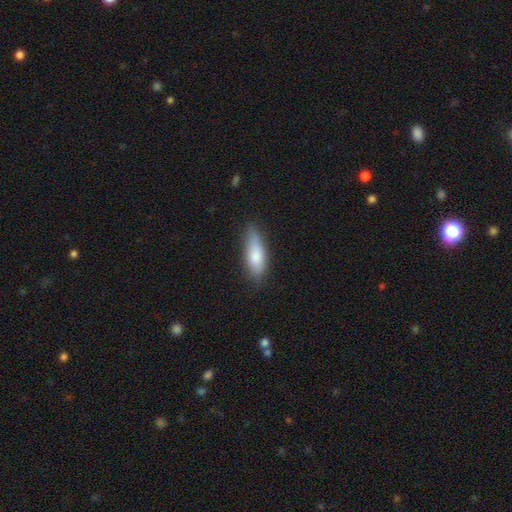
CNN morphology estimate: Smooth or featured: smooth — 81% (featured or disk — 13%)
How rounded: in between — 58% (cigar-shaped — 40%)
Merging: none — 72% (minor disturbance — 22%)